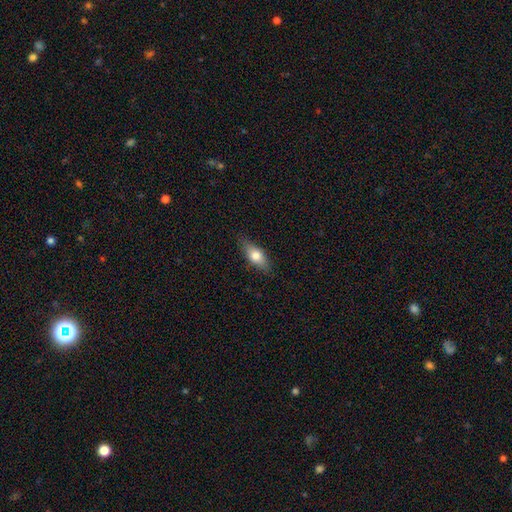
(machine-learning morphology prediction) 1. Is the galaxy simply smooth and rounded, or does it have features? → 71% smooth, 22% featured or disk, 7% star or artifact.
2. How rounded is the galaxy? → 77% in between, 18% cigar-shaped, 5% round.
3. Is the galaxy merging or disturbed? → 82% none, 14% minor disturbance, 3% major disturbance, 1% merger.